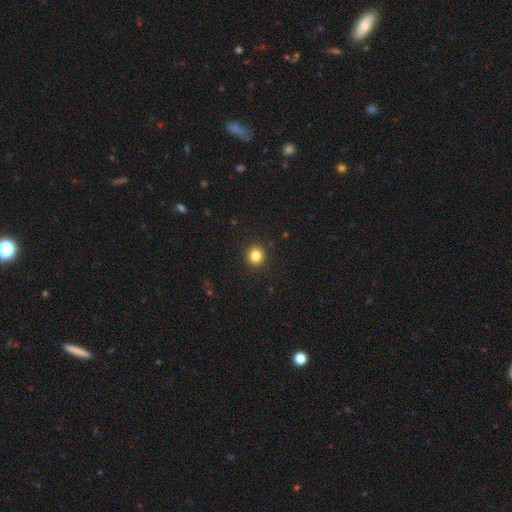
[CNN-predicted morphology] type=smooth (83%); roundness=round (91%); merging=none (92%).